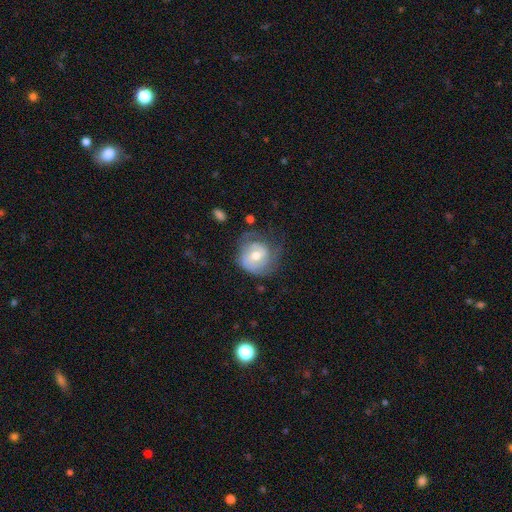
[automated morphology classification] A featured or disk galaxy (58%) with no bar (49%), spiral arms (76%) and a moderate central bulge (70%). Merging: none (50%).